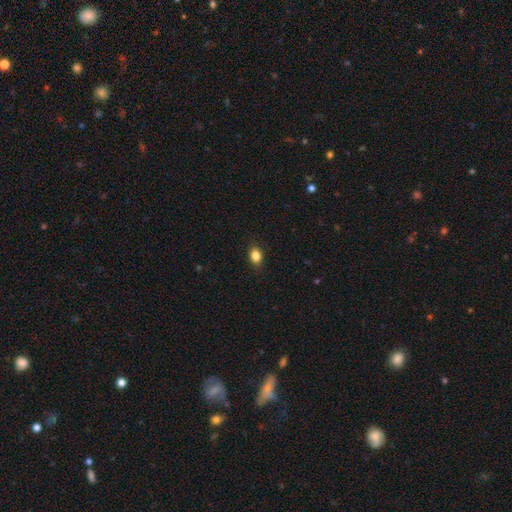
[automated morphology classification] Smooth or featured? smooth (85%)
How rounded? in between (69%)
Merging? none (87%)